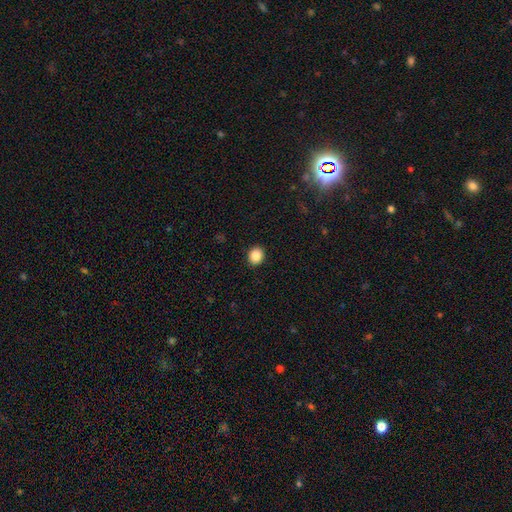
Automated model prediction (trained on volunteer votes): Smooth or featured? Predicted: smooth (p=0.86). How rounded? Predicted: round (p=0.69). Merging? Predicted: none (p=0.92).